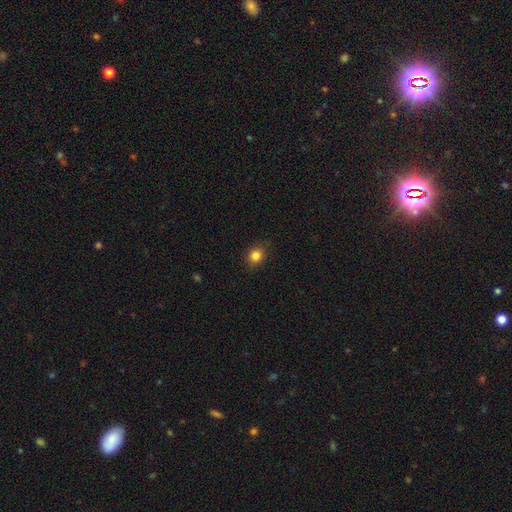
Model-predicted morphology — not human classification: A smooth galaxy with no disk features (84%) that is round (76%). Merging: none (86%).